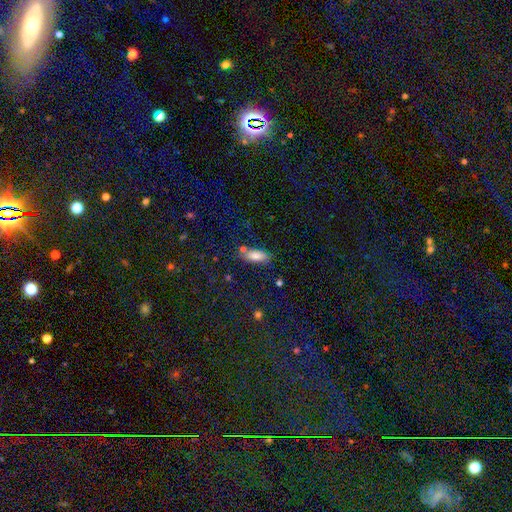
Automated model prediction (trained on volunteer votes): Overall: smooth (81%). How rounded: in between (81%). Merging: none (70%).